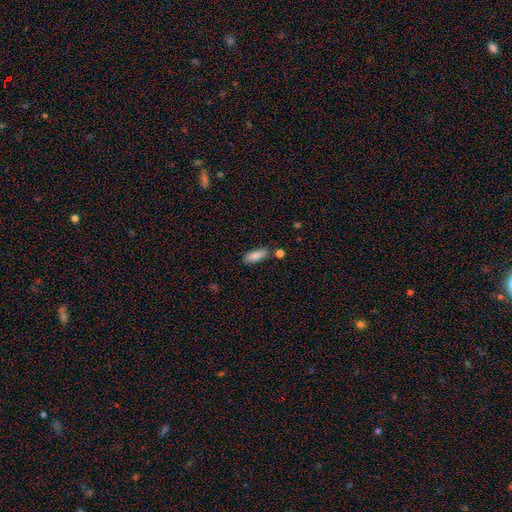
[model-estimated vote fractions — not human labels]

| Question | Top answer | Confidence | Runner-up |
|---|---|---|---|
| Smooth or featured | smooth | 85% | featured or disk (8%) |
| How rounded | in between | 64% | cigar-shaped (33%) |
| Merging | none | 76% | minor disturbance (14%) |